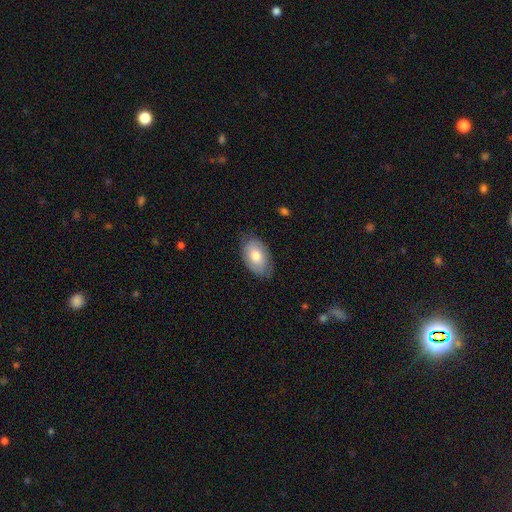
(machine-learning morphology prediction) type=smooth (72%); roundness=in between (92%); merging=none (77%).